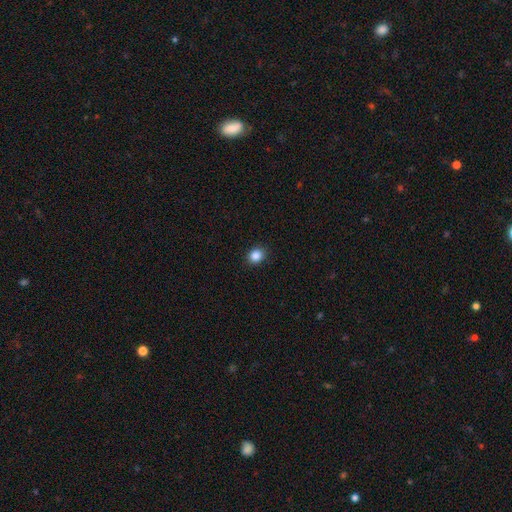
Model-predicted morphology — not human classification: Smooth or featured? Predicted: smooth (p=0.86). How rounded? Predicted: round (p=0.65). Merging? Predicted: none (p=0.90).